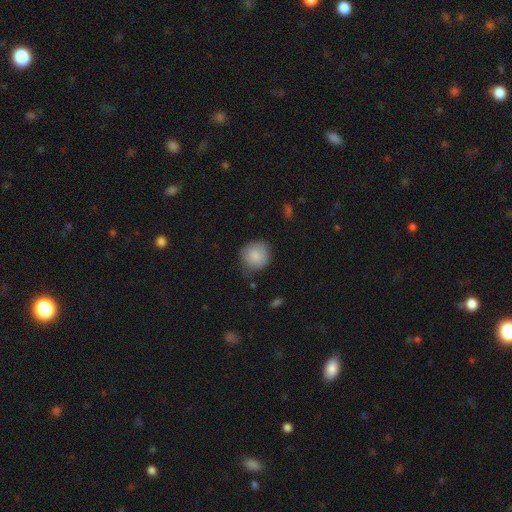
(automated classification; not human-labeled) This appears to be a smooth galaxy with no disk features (87%) that is round (88%). Merging: none (69%).